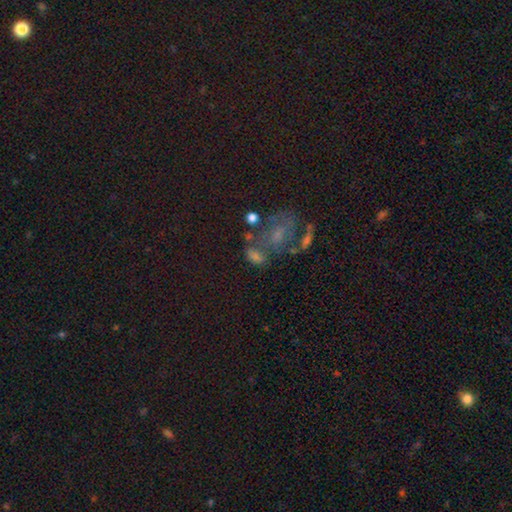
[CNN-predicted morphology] Q: Smooth or featured?
A: smooth (45%); runner-up: featured or disk (29%)
Q: Merging?
A: none (38%); runner-up: merger (25%)